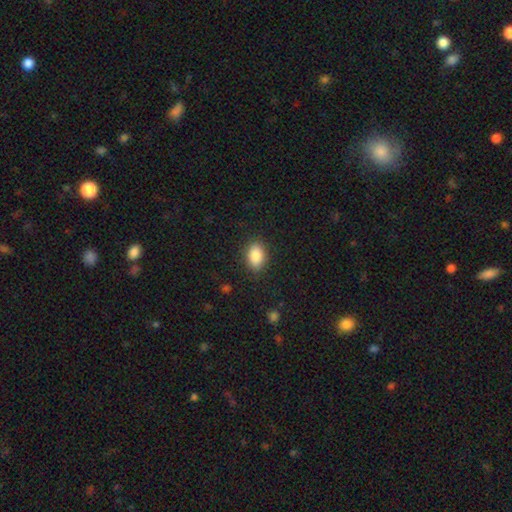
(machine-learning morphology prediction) This appears to be a smooth galaxy with no disk features (86%) that is in between round and cigar-shaped (86%). Merging: none (87%).